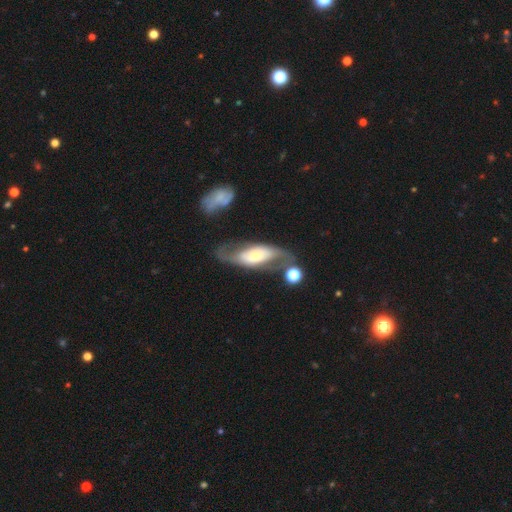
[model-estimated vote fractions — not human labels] This is likely a featured or disk galaxy (66%). It is clearly not viewed edge-on (85%). Bar: possibly no (52%). Spiral arm pattern: likely yes (78%). Central bulge: marginally small (39%). Merging: possibly none (54%).